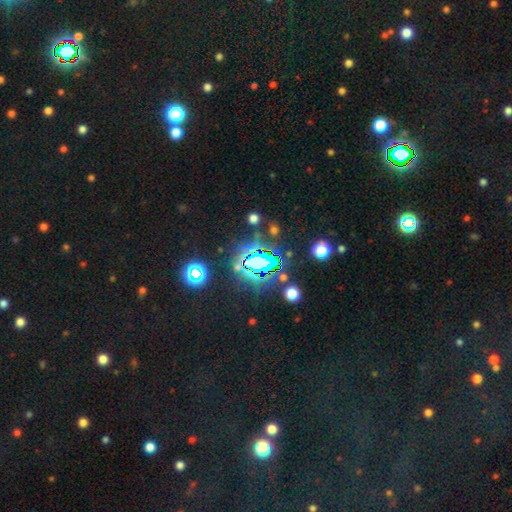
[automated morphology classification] Q: Smooth or featured?
A: star or artifact (78%); runner-up: smooth (14%)